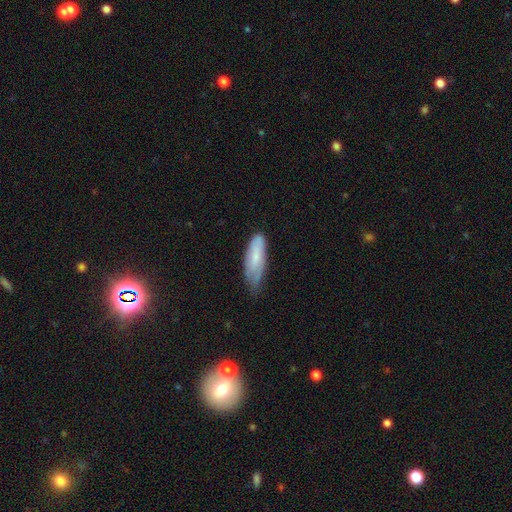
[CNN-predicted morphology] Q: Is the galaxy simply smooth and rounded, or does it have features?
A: smooth — 65%.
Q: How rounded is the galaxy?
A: in between — 61%.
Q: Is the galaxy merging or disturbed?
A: none — 48%.